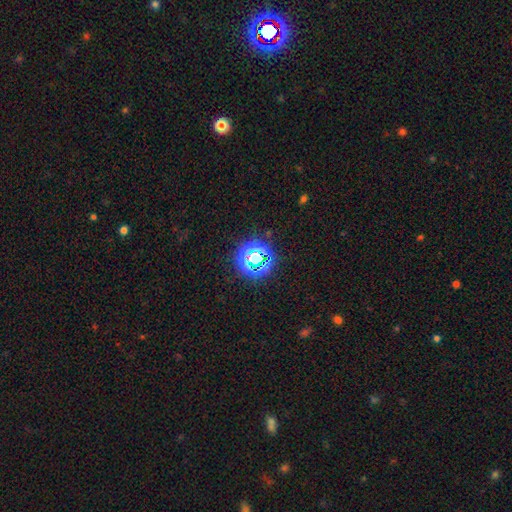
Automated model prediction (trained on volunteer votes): The model was most divided on "smooth or featured": star or artifact: 71%, smooth: 20%, featured or disk: 9%.